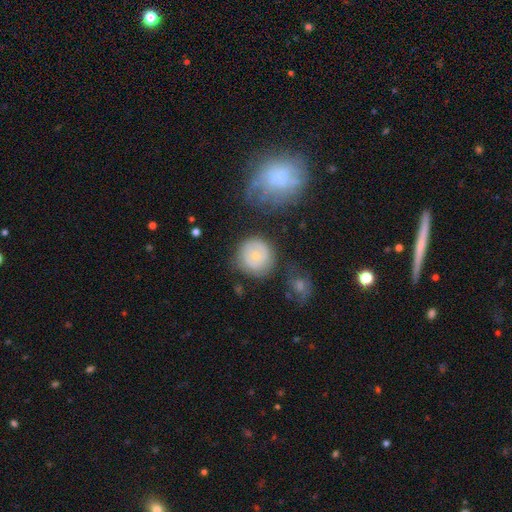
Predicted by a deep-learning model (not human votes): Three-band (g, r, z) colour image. It shows a smooth galaxy with no disk features (57%) that is round (90%). Merging: none (71%).